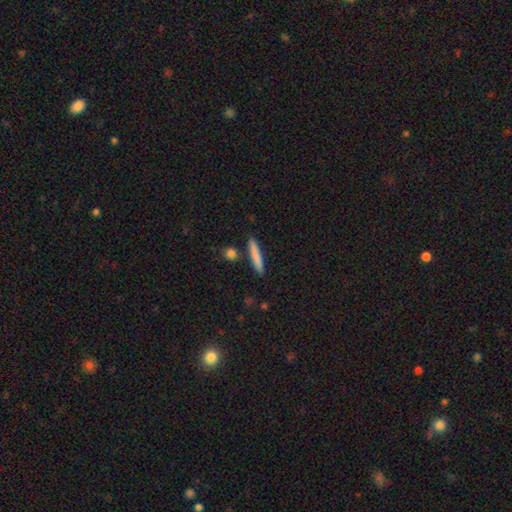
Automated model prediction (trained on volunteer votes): Smooth or featured?
  - smooth: 80% *
  - featured or disk: 14%
  - star or artifact: 6%
How rounded?
  - cigar-shaped: 92% *
  - in between: 6%
  - round: 2%
Merging?
  - none: 87% *
  - minor disturbance: 8%
  - merger: 4%
  - major disturbance: 2%